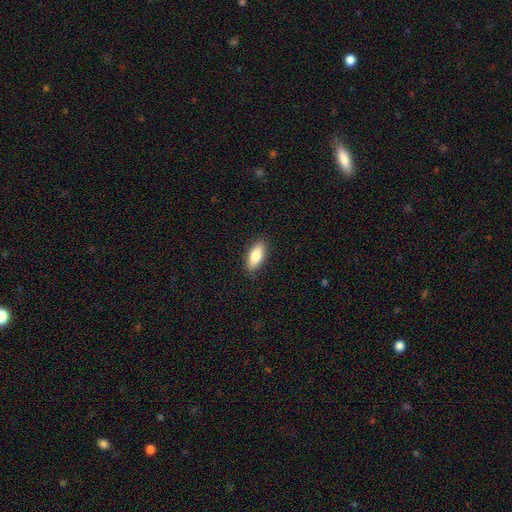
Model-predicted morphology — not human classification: Smooth or featured: smooth — 80% (featured or disk — 14%)
How rounded: in between — 80% (cigar-shaped — 18%)
Merging: none — 87% (minor disturbance — 10%)